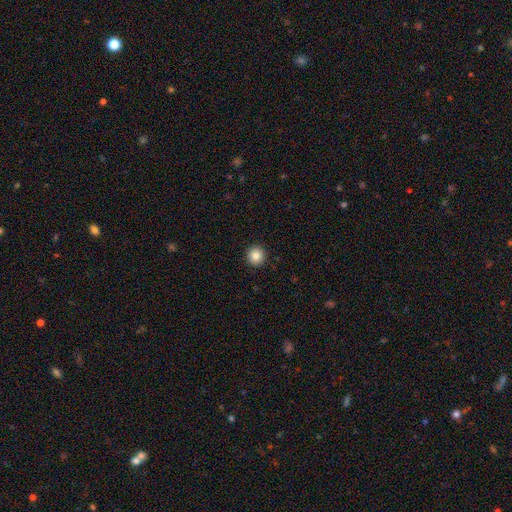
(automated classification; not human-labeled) Smooth or featured? smooth (85%)
How rounded? round (95%)
Merging? none (93%)